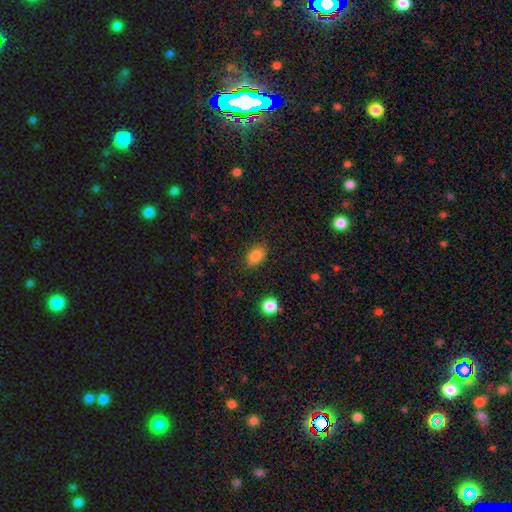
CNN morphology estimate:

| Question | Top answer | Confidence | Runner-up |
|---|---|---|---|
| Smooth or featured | smooth | 84% | star or artifact (9%) |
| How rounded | in between | 84% | round (14%) |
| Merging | none | 84% | minor disturbance (12%) |